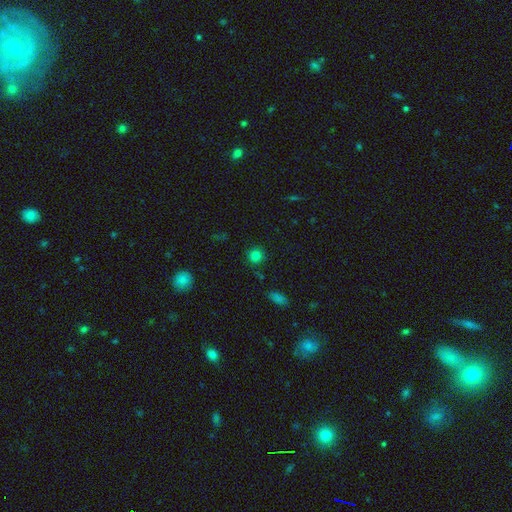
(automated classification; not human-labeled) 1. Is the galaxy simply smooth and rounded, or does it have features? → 81% smooth, 13% star or artifact, 5% featured or disk.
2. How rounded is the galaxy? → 92% round, 7% in between, 1% cigar-shaped.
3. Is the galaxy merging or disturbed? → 84% none, 10% minor disturbance, 3% merger, 3% major disturbance.